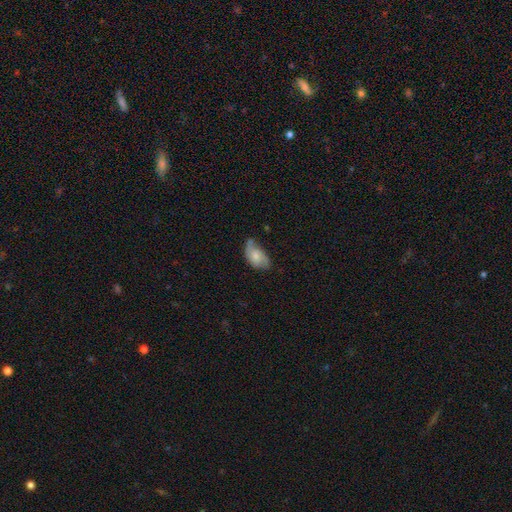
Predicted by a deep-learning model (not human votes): A smooth galaxy with no disk features (49%).

Vote fractions:
- Smooth or featured? smooth: 49% / featured or disk: 43% / star or artifact: 8%
- Merging? none: 47% / minor disturbance: 35% / major disturbance: 14% / merger: 4%